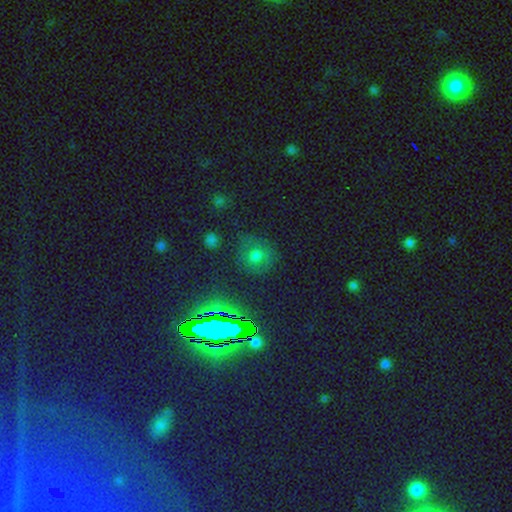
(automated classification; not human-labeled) A smooth galaxy with no disk features (52%) that is round (84%). Merging: none (79%).